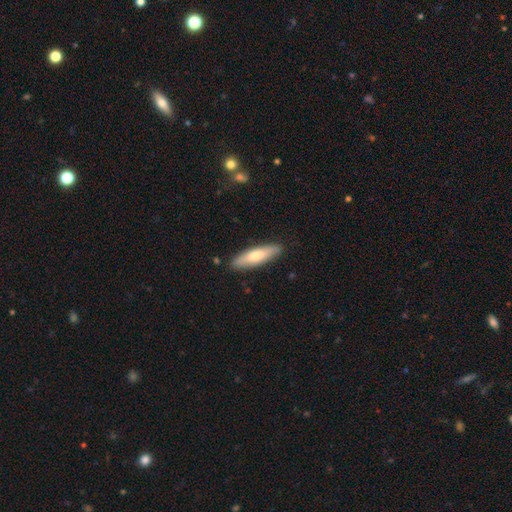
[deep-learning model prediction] Overall: smooth (69%). How rounded: cigar-shaped (69%; in between 29%). Merging: none (88%).